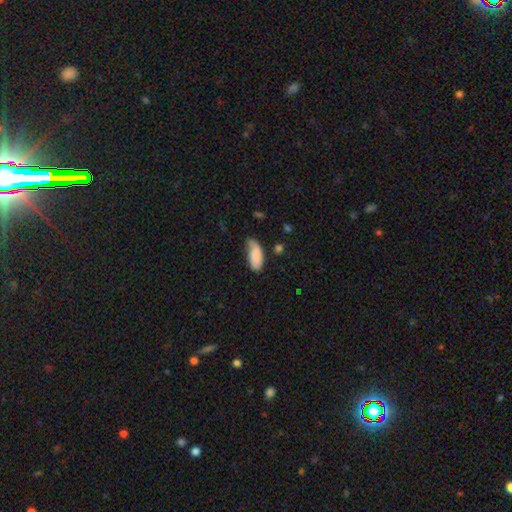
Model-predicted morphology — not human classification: A smooth galaxy with no disk features (82%) that is in between round and cigar-shaped (86%). Merging: none (46%).